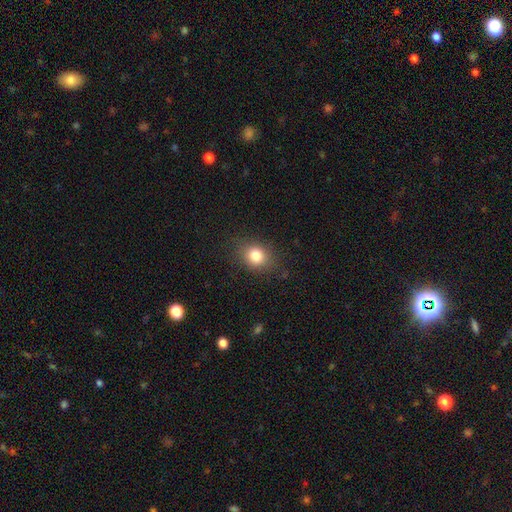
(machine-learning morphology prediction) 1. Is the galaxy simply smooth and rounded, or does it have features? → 81% smooth, 11% star or artifact, 7% featured or disk.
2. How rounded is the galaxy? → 57% round, 42% in between, 1% cigar-shaped.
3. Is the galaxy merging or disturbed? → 83% none, 12% minor disturbance, 4% major disturbance, 1% merger.